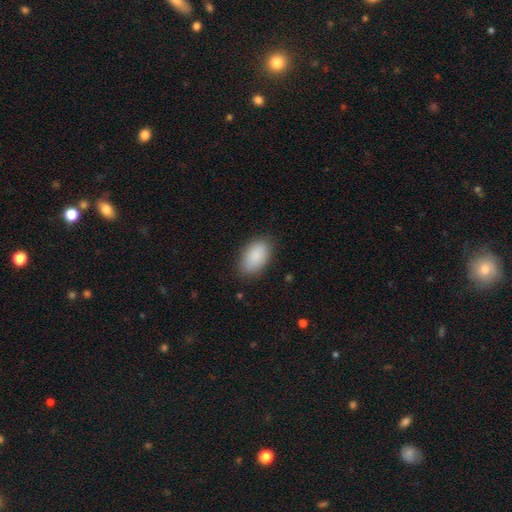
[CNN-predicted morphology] smooth-or-featured: smooth: 89% | star or artifact: 6% | featured or disk: 5%
  how-rounded: in between: 94% | round: 5% | cigar-shaped: 2%
  merging: none: 83% | minor disturbance: 12% | major disturbance: 3% | merger: 1%